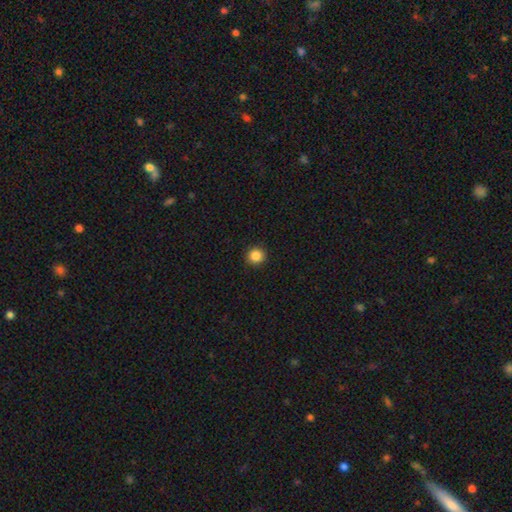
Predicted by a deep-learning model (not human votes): smooth_or_featured: smooth (p=0.86) [alt: star or artifact p=0.10]
how_rounded: round (p=0.93) [alt: in between p=0.06]
merging: none (p=0.93) [alt: minor disturbance p=0.05]